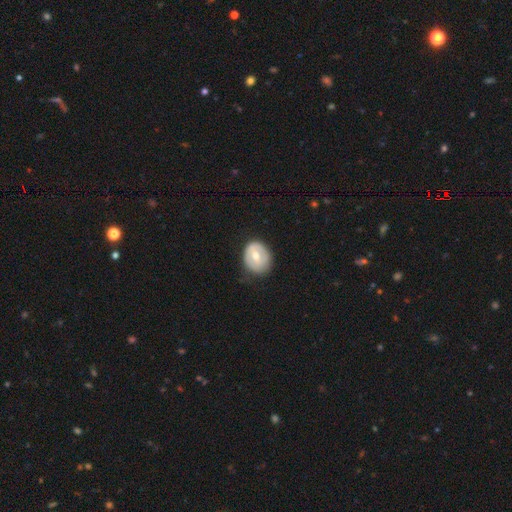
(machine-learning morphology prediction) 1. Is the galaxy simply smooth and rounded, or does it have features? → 50% smooth, 44% featured or disk, 6% star or artifact.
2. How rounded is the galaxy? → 62% round, 37% in between, 1% cigar-shaped.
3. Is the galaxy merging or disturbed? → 69% none, 24% minor disturbance, 6% major disturbance, 1% merger.